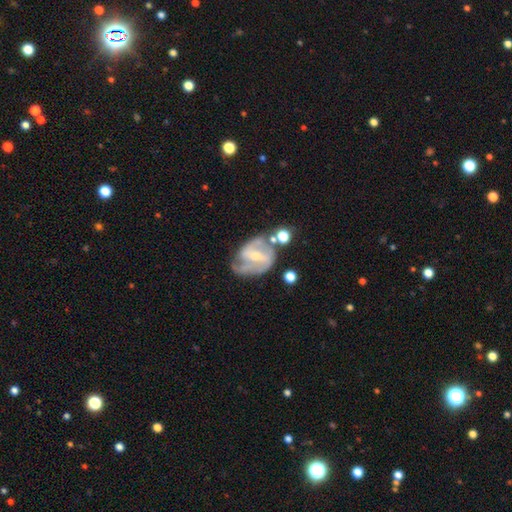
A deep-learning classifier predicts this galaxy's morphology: A featured or disk galaxy (80%) with a weak bar (44%), 2 (71%) medium (48%) spiral arms (87%) and a small central bulge (50%). Merging: none (52%).